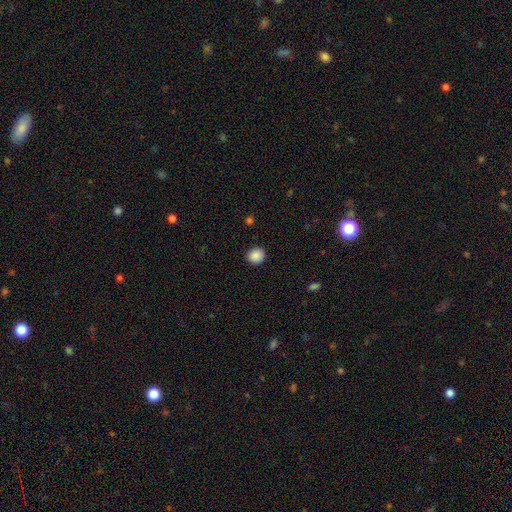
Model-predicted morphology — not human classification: Smooth or featured: smooth — 88% (star or artifact — 9%)
How rounded: round — 84% (in between — 15%)
Merging: none — 90% (minor disturbance — 7%)